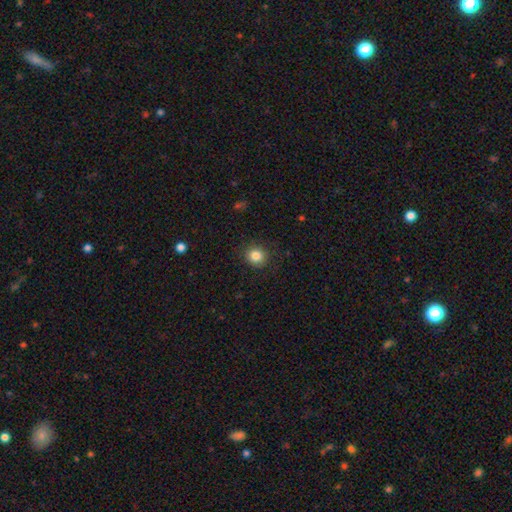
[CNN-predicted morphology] smooth-or-featured: smooth: 85% | star or artifact: 11% | featured or disk: 5%
  how-rounded: round: 88% | in between: 11% | cigar-shaped: 1%
  merging: none: 88% | minor disturbance: 8% | major disturbance: 3% | merger: 1%